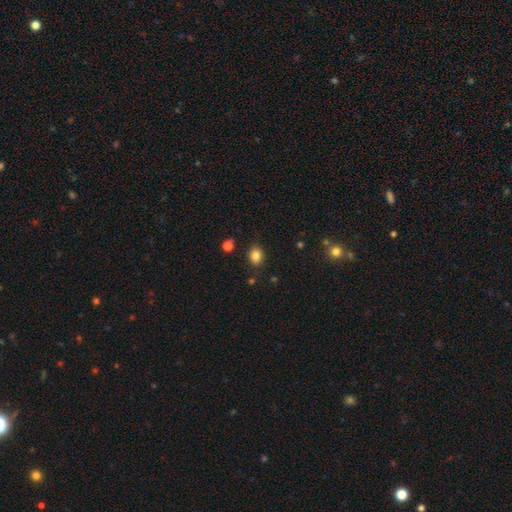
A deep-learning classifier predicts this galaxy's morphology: smooth-or-featured: smooth: 83% | star or artifact: 11% | featured or disk: 6%
  how-rounded: in between: 53% | round: 46% | cigar-shaped: 1%
  merging: none: 85% | minor disturbance: 10% | major disturbance: 3% | merger: 2%